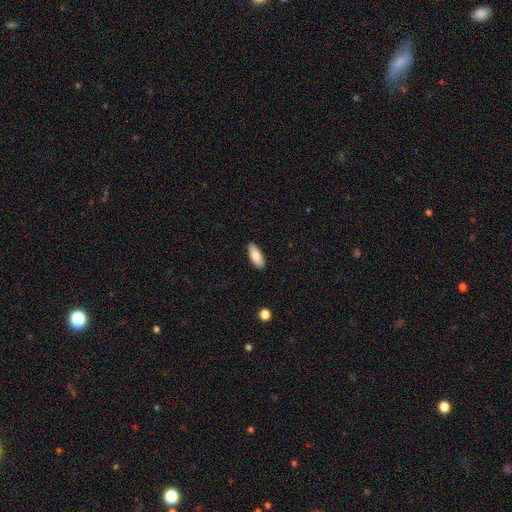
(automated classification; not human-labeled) This appears to be a smooth galaxy with no disk features (85%) that is in between round and cigar-shaped (79%). Merging: none (86%).